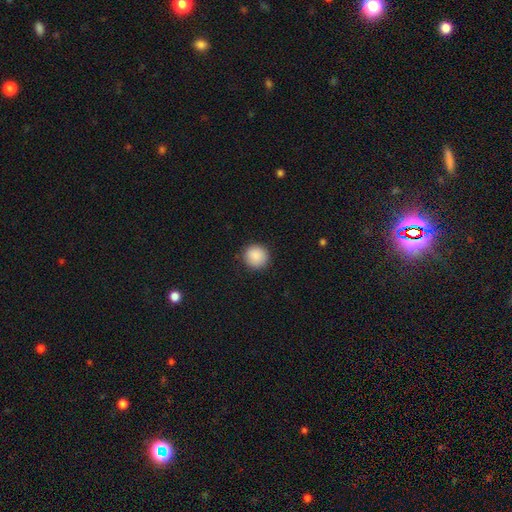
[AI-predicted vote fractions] A smooth galaxy with no disk features (89%) that is round (94%).

Vote fractions:
- Smooth or featured? smooth: 89% / star or artifact: 8% / featured or disk: 3%
- How rounded? round: 94% / in between: 5% / cigar-shaped: 1%
- Merging? none: 90% / minor disturbance: 7% / major disturbance: 2% / merger: 1%